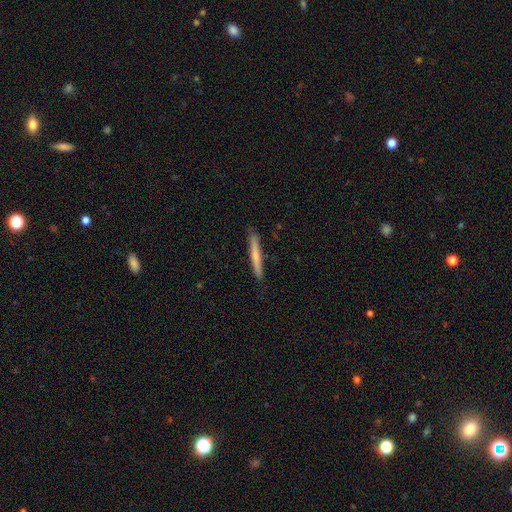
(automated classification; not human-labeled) The model was most divided on "smooth or featured": smooth: 62%, featured or disk: 32%, star or artifact: 6%. More confident: how rounded — cigar-shaped (96%); merging — none (88%).